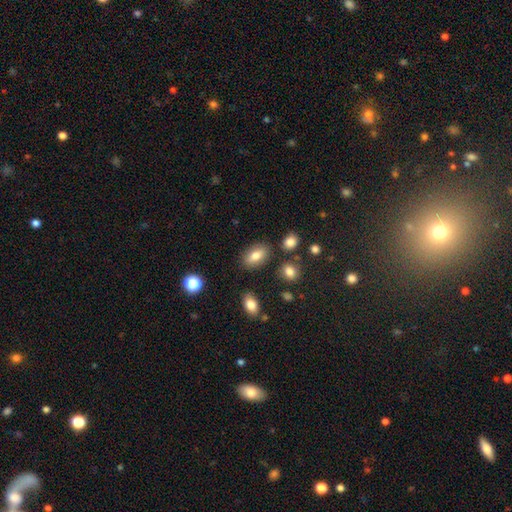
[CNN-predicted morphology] Smooth or featured? Predicted: smooth (p=0.79). How rounded? Predicted: in between (p=0.88). Merging? Predicted: none (p=0.82).